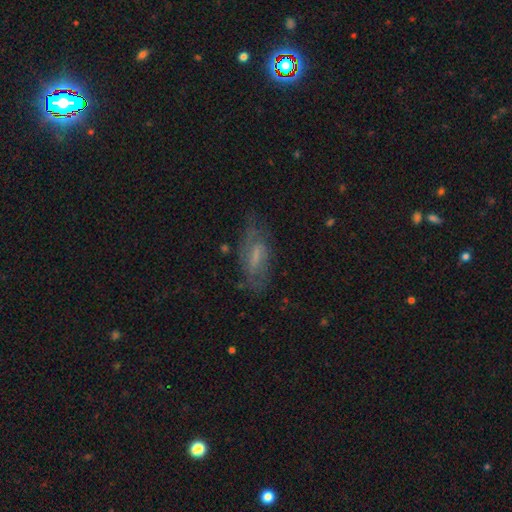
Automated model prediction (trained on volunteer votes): Overall: featured or disk (56%; smooth 34%). Edge-on disk: no (85%). Merging: none (66%).